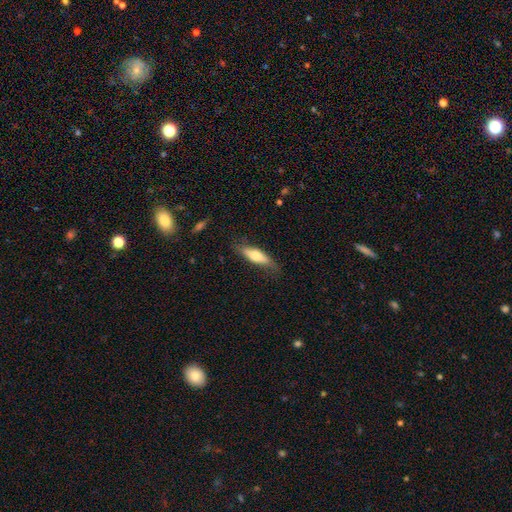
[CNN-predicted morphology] smooth 64%, featured or disk 30%, star or artifact 6%. Down the decision tree: how rounded — cigar-shaped (53%); merging — none (70%).